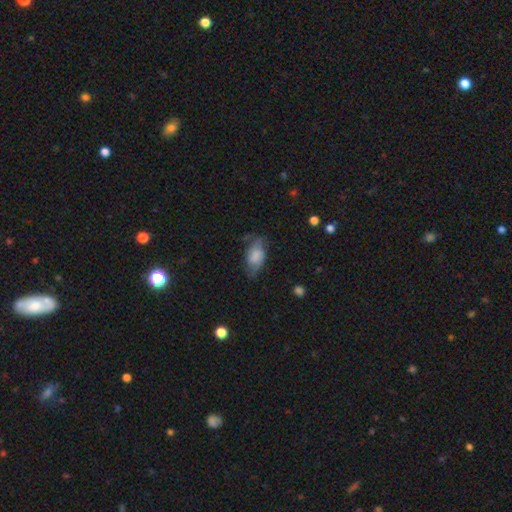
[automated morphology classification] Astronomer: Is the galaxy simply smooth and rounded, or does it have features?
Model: smooth — 65%.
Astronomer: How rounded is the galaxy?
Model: in between — 90%.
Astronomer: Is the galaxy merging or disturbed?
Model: none — 57%.